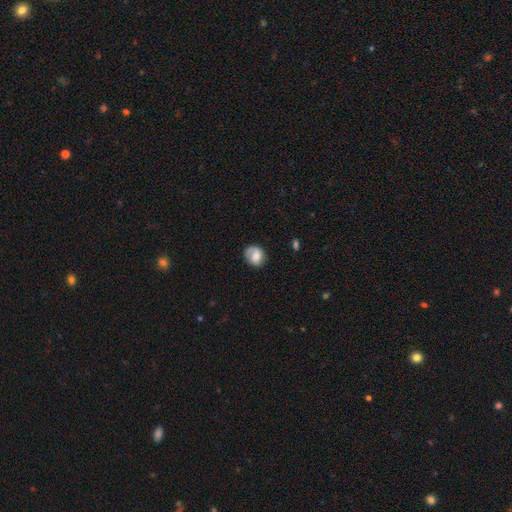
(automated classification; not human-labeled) A smooth galaxy with no disk features (64%) that is round (67%). Merging: none (66%).